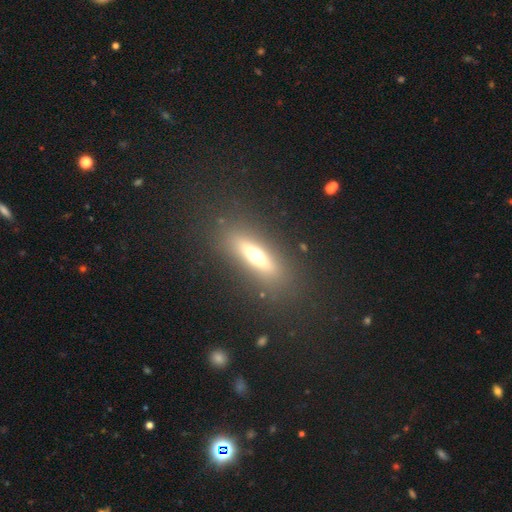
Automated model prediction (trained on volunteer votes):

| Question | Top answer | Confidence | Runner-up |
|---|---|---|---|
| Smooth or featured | featured or disk | 46% | smooth (43%) |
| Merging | none | 85% | minor disturbance (8%) |